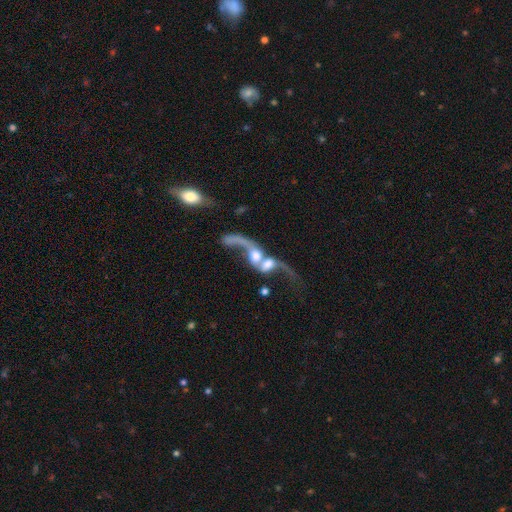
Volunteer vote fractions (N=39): This is possibly a smooth galaxy (49%). How rounded: likely in between (68%). Merging: clearly merger (89%).